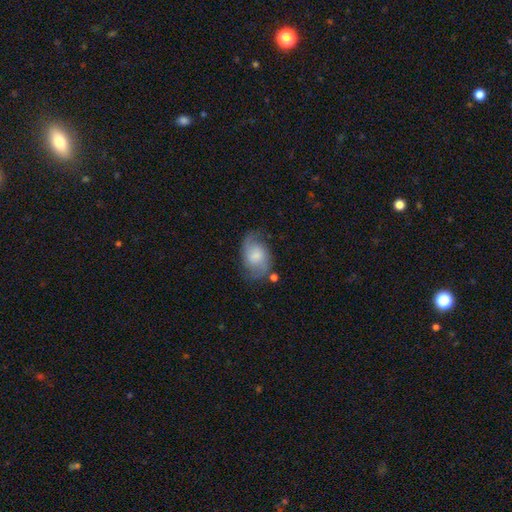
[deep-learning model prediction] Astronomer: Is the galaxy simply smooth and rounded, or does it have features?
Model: featured or disk — 62%.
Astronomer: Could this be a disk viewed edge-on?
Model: no — 97%.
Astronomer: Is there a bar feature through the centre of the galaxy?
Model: no — 56% (runner-up: weak, 38%).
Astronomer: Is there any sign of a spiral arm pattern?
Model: yes — 91%.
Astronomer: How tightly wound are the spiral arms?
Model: loose — 44% (runner-up: medium, 43%).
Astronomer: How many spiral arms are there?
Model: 2 — 85%.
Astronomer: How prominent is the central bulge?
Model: small — 41% (runner-up: moderate, 33%).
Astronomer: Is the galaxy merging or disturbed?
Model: none — 64%.